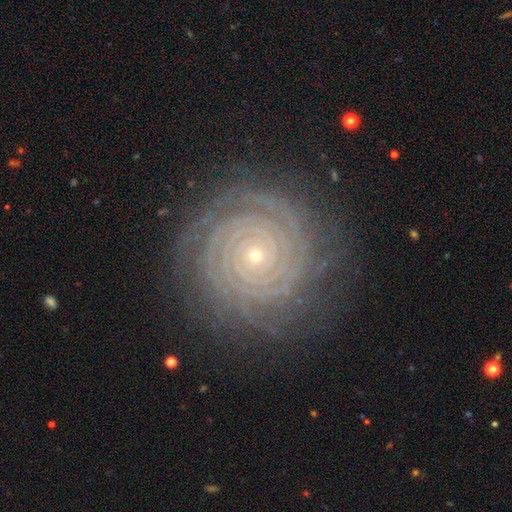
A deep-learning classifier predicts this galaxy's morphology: smooth-or-featured: featured or disk: 88% | star or artifact: 7% | smooth: 4%
  disk-edge-on: no: 97% | yes: 3%
    bar: no: 82% | weak: 11% | strong: 7%
    has-spiral-arms: yes: 98% | no: 2%
      spiral-winding: tight: 91% | medium: 7% | loose: 1%
      spiral-arm-count: 2: 19% (tied) | more than 4: 19% (tied) | 4: 19% (tied) | 3: 18% | can't tell: 16% | 1: 8%
    bulge-size: small: 83% | moderate: 14% | large: 1% | none: 1% | dominant: 1%
  merging: none: 85% | minor disturbance: 11% | major disturbance: 3% | merger: 1%